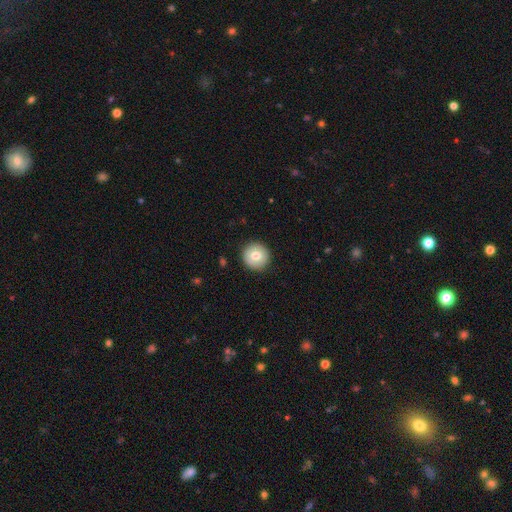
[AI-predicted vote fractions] smooth_or_featured: smooth (p=0.73) [alt: featured or disk p=0.20]
how_rounded: round (p=0.95) [alt: in between p=0.04]
merging: none (p=0.91) [alt: minor disturbance p=0.06]